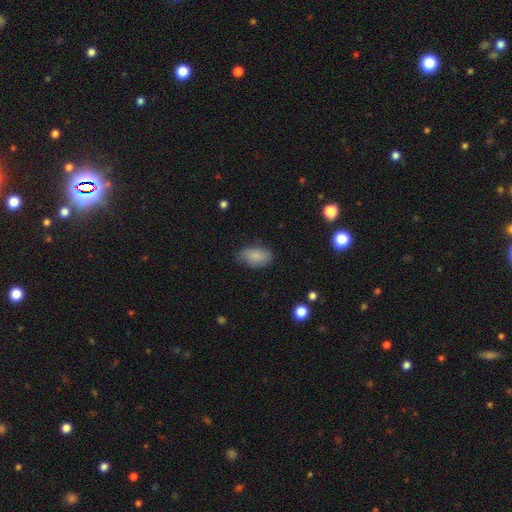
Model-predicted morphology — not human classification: smooth 84%, featured or disk 8%, star or artifact 7%. Down the decision tree: how rounded — in between (92%); merging — none (71%).